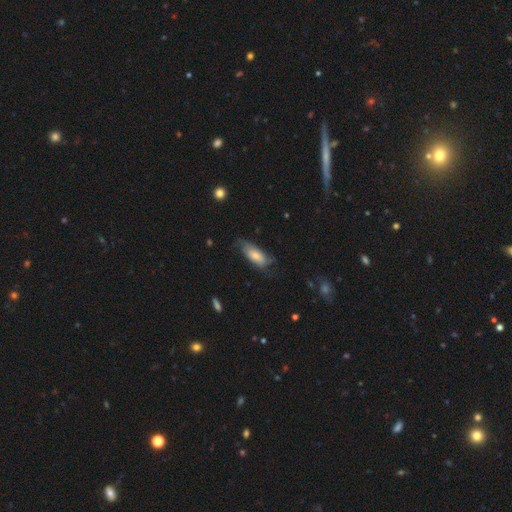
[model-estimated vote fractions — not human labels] Morphology: type=smooth (57%); roundness=in between (78%); merging=none (52%).